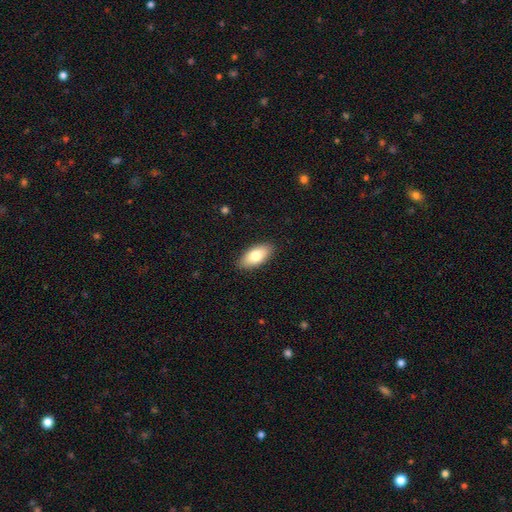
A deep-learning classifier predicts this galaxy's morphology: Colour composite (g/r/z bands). It shows a smooth galaxy with no disk features (79%) that is in between round and cigar-shaped (92%). Merging: none (89%).